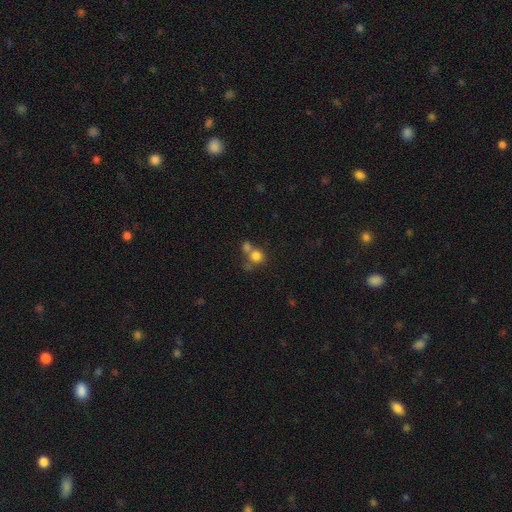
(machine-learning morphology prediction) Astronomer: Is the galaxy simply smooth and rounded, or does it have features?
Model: smooth — 77%.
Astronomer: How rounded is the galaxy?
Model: round — 85%.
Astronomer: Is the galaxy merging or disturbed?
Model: merger — 44% (runner-up: none, 41%).